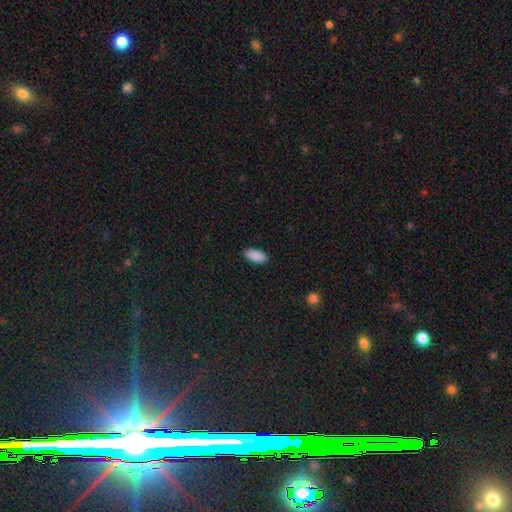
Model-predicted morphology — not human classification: Smooth or featured: smooth — 90% (star or artifact — 7%)
How rounded: in between — 92% (cigar-shaped — 6%)
Merging: none — 88% (minor disturbance — 9%)